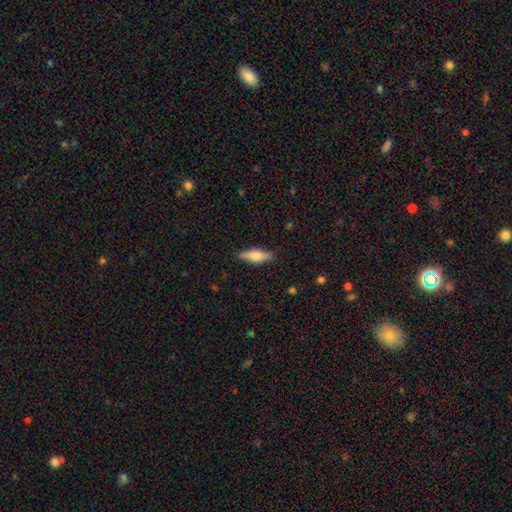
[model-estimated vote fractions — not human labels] Q: Smooth or featured?
A: smooth (65%); runner-up: featured or disk (29%)
Q: How rounded?
A: cigar-shaped (52%); runner-up: in between (46%)
Q: Merging?
A: none (87%); runner-up: minor disturbance (10%)